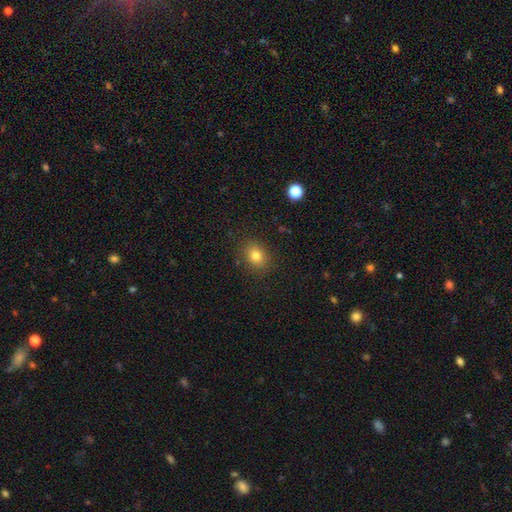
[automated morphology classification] Smooth or featured? Predicted: smooth (p=0.80). How rounded? Predicted: round (p=0.54). Merging? Predicted: none (p=0.87).